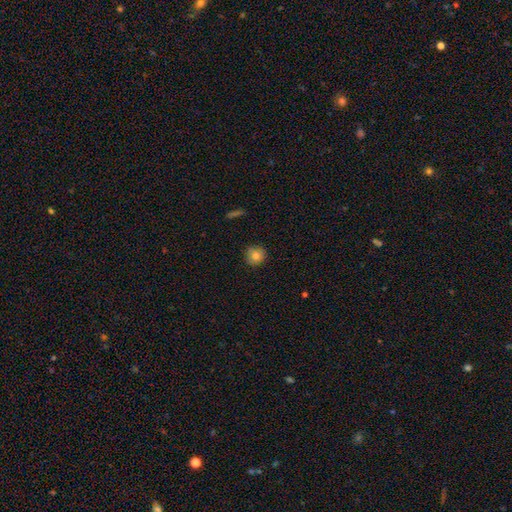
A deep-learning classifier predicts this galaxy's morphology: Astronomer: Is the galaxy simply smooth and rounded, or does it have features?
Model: smooth — 79%.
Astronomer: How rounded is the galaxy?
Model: round — 93%.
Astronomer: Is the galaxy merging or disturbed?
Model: none — 87%.